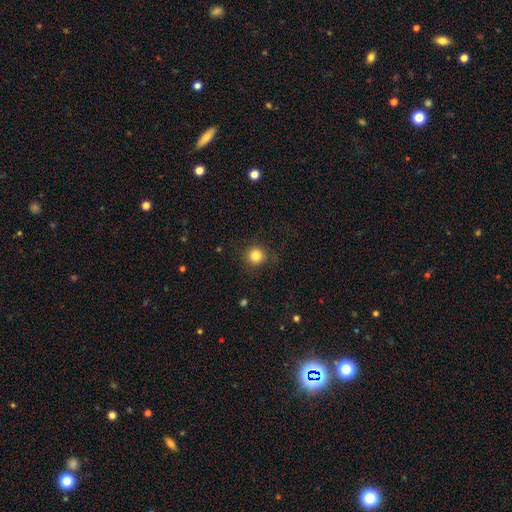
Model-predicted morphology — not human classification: This is clearly a smooth galaxy (83%). How rounded: clearly round (93%). Merging: clearly none (89%).